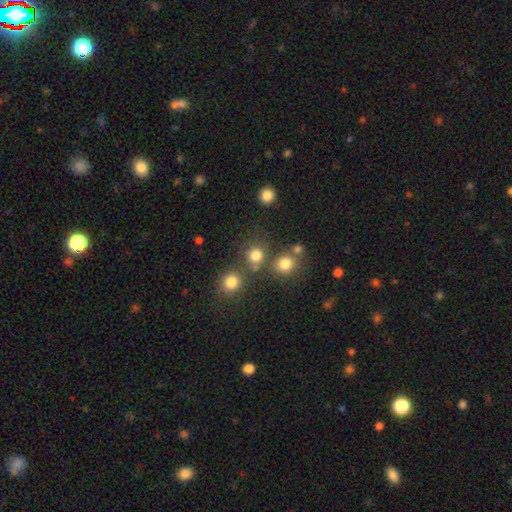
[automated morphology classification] This is likely a smooth galaxy (79%). How rounded: clearly round (87%). Merging: likely none (64%).